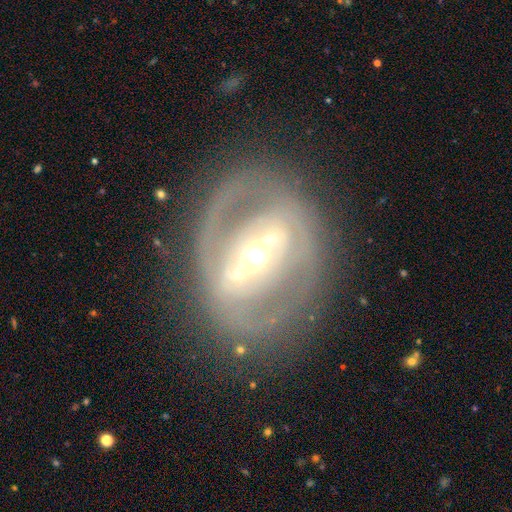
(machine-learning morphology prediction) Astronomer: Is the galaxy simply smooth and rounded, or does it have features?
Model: featured or disk — 81%.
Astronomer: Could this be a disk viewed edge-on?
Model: no — 92%.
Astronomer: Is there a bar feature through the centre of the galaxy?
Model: strong — 62%.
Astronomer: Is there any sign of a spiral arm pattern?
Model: yes — 57% (runner-up: no, 43%).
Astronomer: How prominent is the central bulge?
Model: moderate — 57% (runner-up: small, 33%).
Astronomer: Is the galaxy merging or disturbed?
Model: none — 72%.